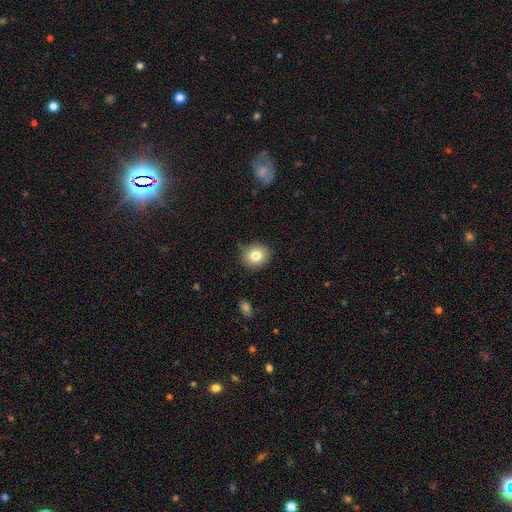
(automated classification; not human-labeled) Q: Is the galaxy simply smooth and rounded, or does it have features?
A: smooth — 81%.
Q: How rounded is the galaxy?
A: round — 83%.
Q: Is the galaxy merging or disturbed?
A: none — 81%.